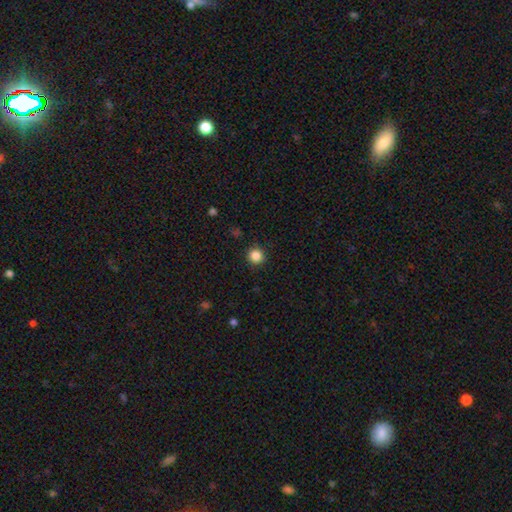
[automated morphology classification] smooth 86%, star or artifact 11%, featured or disk 3%. Down the decision tree: how rounded — round (94%); merging — none (91%).